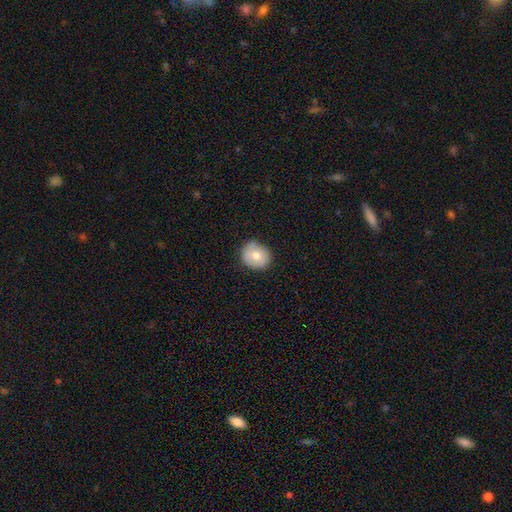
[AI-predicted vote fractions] A smooth galaxy with no disk features (75%) that is round (80%). Merging: none (78%).